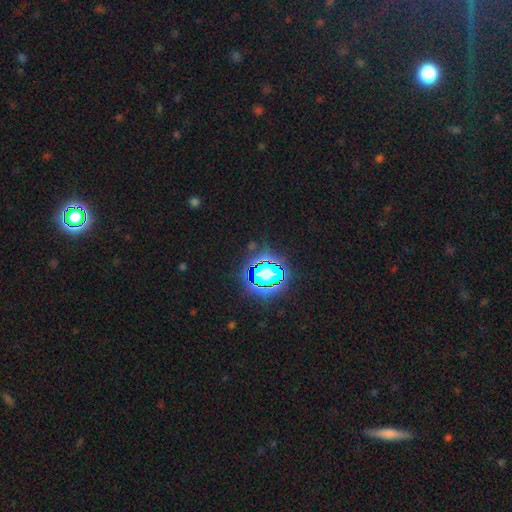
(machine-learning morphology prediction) This appears to be a star or artifact, not a galaxy (80%).